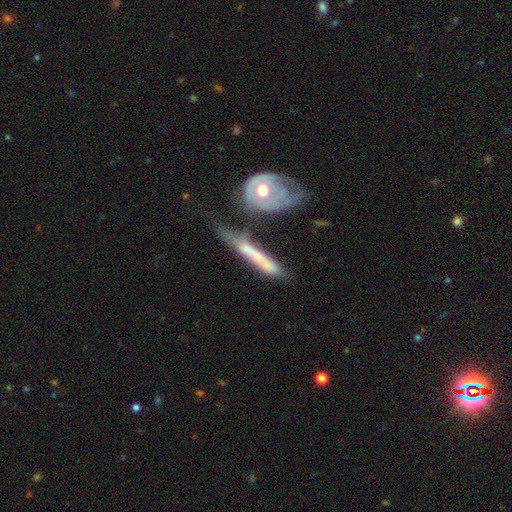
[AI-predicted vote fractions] The model was most divided on "merging": merger: 30%, none: 28%, minor disturbance: 21%, major disturbance: 20%. Remaining: smooth or featured — featured or disk (49%).